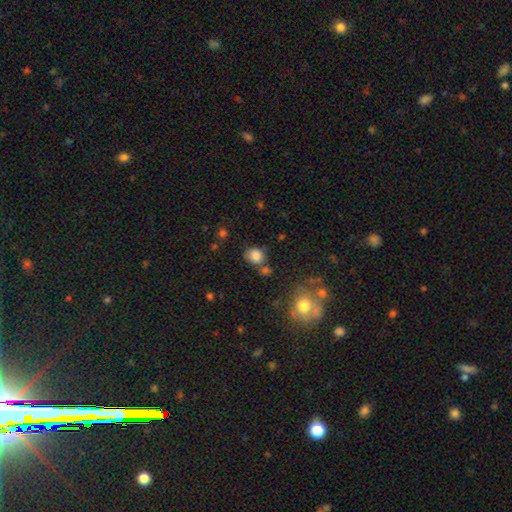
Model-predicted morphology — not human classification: type=smooth (83%); roundness=round (63%); merging=none (61%).